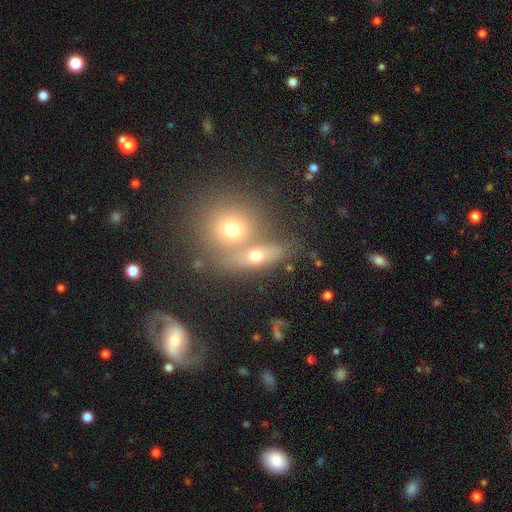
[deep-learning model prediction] Overall: smooth (66%). How rounded: round (49%; in between 43%). Merging: merger (49%; none 39%).